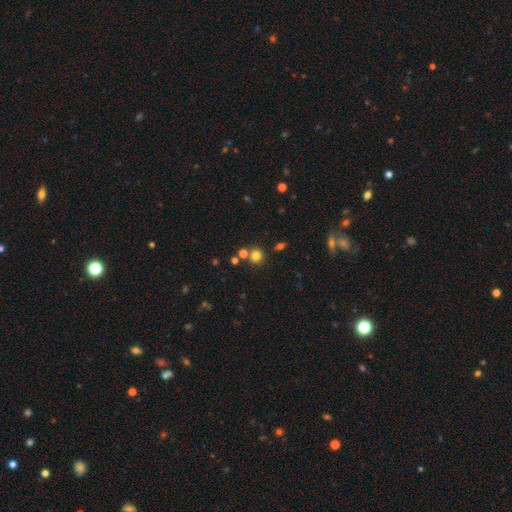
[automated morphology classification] Smooth or featured? smooth (77%)
How rounded? round (89%)
Merging? none (76%)